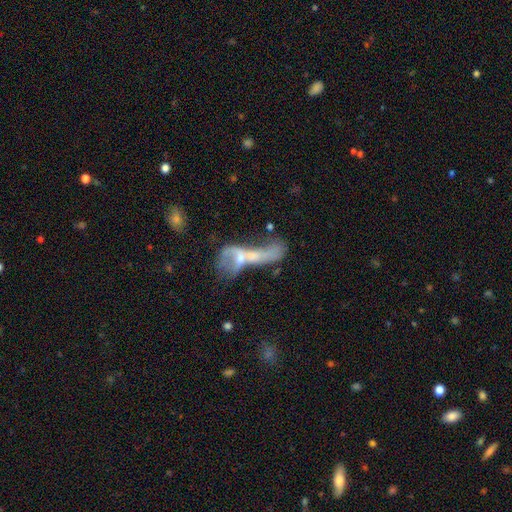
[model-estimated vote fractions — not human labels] The model was most divided on "smooth or featured": featured or disk: 55%, smooth: 35%, star or artifact: 10%. More confident: edge-on disk — no (88%); merging — merger (56%).